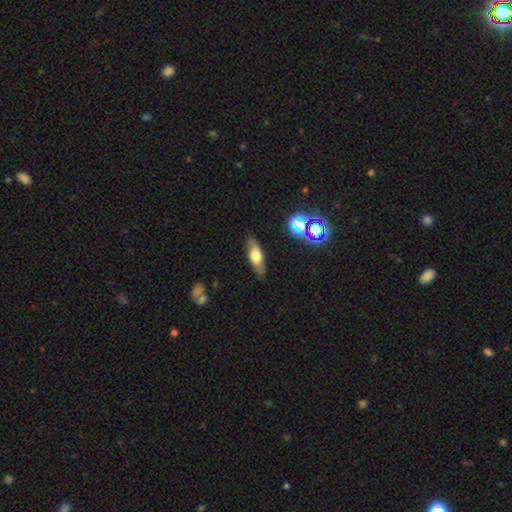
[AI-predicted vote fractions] Smooth or featured: smooth — 60% (featured or disk — 31%)
How rounded: in between — 63% (cigar-shaped — 33%)
Merging: none — 83% (minor disturbance — 12%)